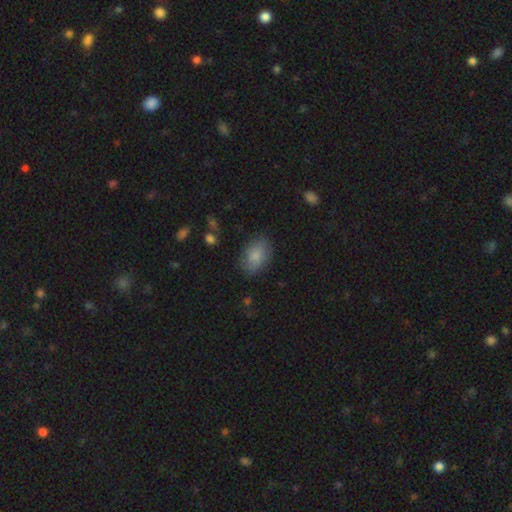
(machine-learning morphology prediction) Smooth or featured? smooth (84%)
How rounded? in between (85%)
Merging? none (79%)